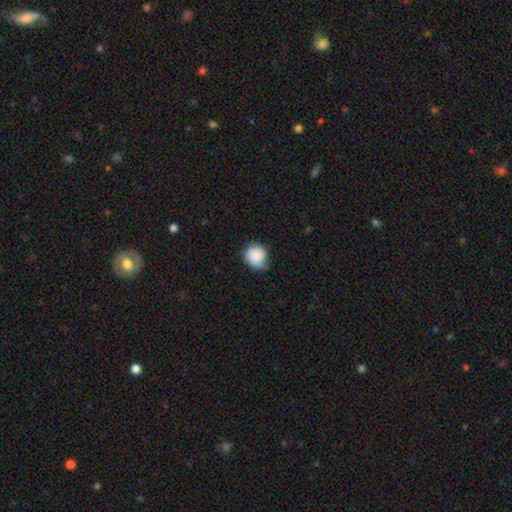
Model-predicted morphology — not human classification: Smooth or featured? Predicted: smooth (p=0.80). How rounded? Predicted: round (p=0.80). Merging? Predicted: none (p=0.47).